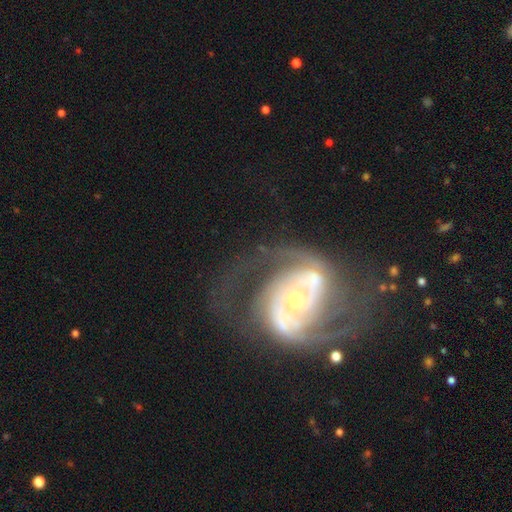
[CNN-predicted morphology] Smooth or featured: featured or disk — 84% (smooth — 8%)
Edge-on disk: no — 97% (yes — 3%)
Bar: no — 53% (weak — 29%)
Spiral arms: yes — 90% (no — 10%)
Spiral winding: medium — 46% (tight — 28%)
Spiral arm count: 2 — 80% (can't tell — 9%)
Bulge size: small — 51% (moderate — 39%)
Merging: none — 51% (major disturbance — 21%)